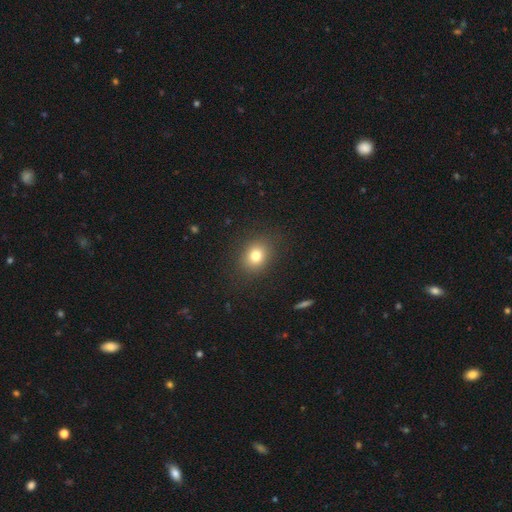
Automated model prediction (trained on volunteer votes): A smooth galaxy with no disk features (79%) that is round (58%). Merging: none (87%).